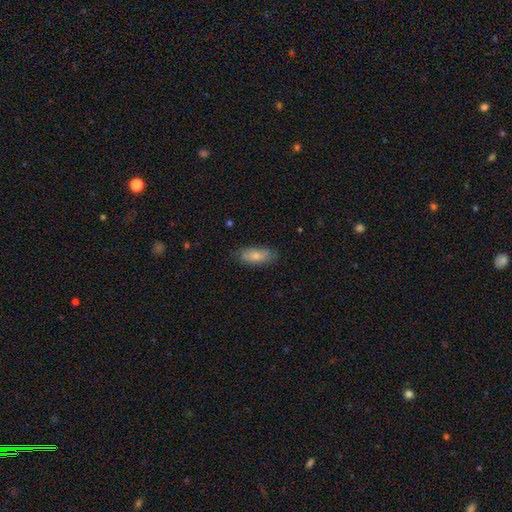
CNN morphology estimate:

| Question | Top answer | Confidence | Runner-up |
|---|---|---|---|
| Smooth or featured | smooth | 76% | featured or disk (18%) |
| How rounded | in between | 81% | cigar-shaped (16%) |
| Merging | none | 75% | minor disturbance (20%) |